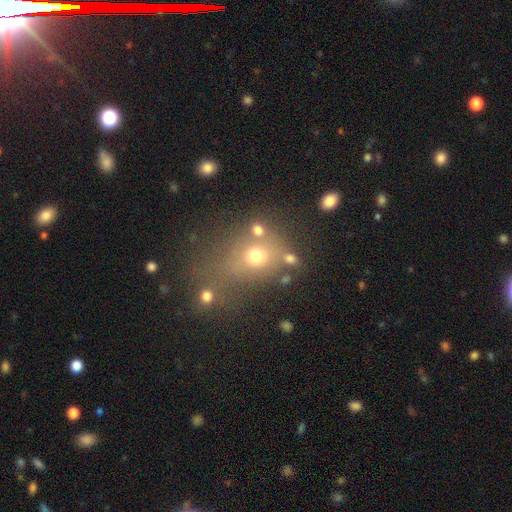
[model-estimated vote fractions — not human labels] This appears to be a smooth galaxy with no disk features (61%) that is round (59%). Merging: none (50%).